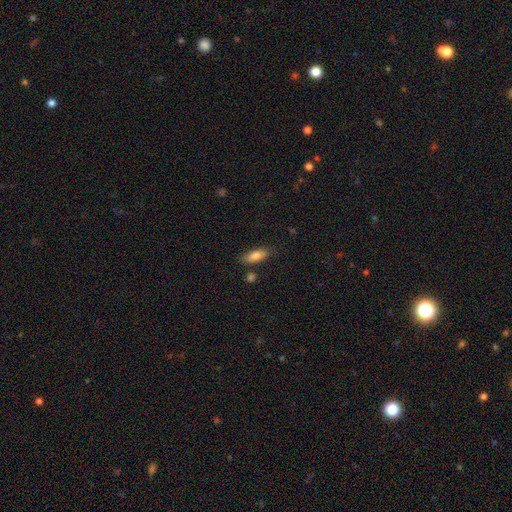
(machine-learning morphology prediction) Q: Smooth or featured?
A: smooth (79%); runner-up: featured or disk (14%)
Q: How rounded?
A: in between (71%); runner-up: cigar-shaped (27%)
Q: Merging?
A: none (81%); runner-up: minor disturbance (12%)